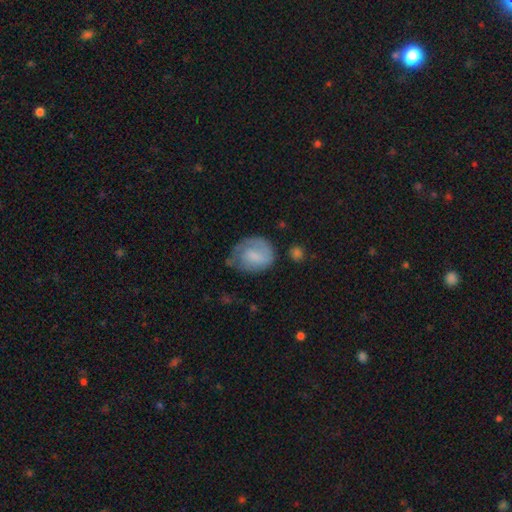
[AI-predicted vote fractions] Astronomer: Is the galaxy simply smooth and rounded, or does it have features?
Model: smooth — 58% (runner-up: featured or disk, 35%).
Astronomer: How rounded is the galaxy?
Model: round — 59% (runner-up: in between, 40%).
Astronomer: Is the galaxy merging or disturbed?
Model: none — 48% (runner-up: minor disturbance, 29%).